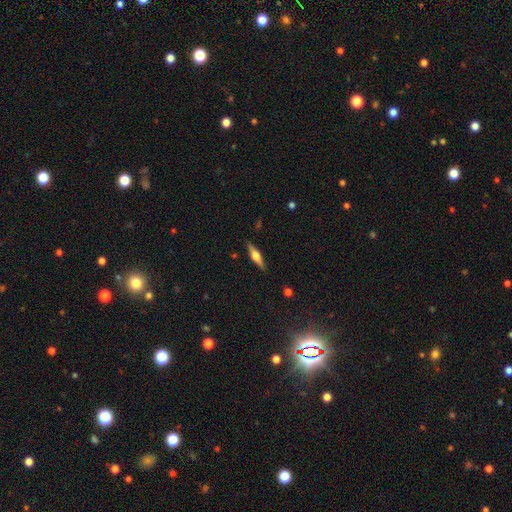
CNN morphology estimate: Smooth or featured?
  - featured or disk: 69% *
  - smooth: 25%
  - star or artifact: 6%
Edge-on disk?
  - yes: 97% *
  - no: 3%
Edge-on bulge?
  - rounded: 88% *
  - boxy: 10%
  - none: 2%
Merging?
  - none: 89% *
  - minor disturbance: 8%
  - major disturbance: 2%
  - merger: 1%